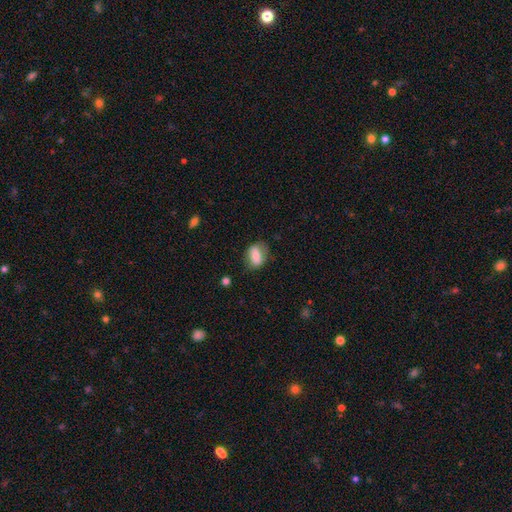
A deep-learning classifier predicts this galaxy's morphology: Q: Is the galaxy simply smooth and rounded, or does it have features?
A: smooth — 72%.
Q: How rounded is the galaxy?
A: in between — 81%.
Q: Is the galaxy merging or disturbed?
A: none — 69%.